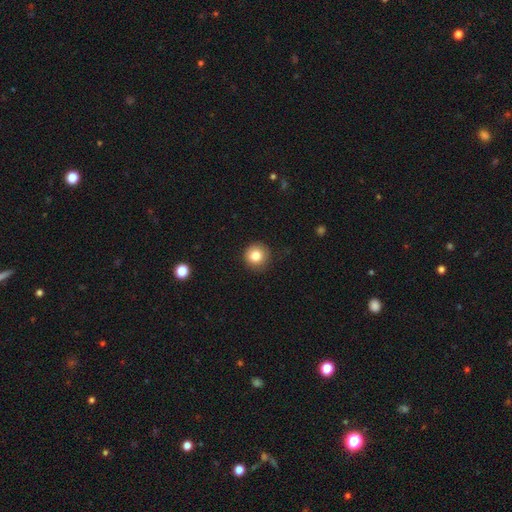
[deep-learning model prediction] smooth-or-featured: smooth: 82% | star or artifact: 10% | featured or disk: 7%
  how-rounded: round: 95% | in between: 4% | cigar-shaped: 1%
  merging: none: 89% | minor disturbance: 8% | major disturbance: 2% | merger: 1%